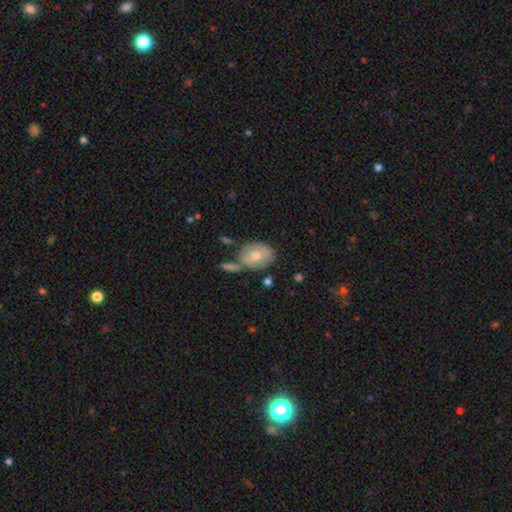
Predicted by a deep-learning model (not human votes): Smooth or featured? smooth (60%)
How rounded? in between (54%)
Merging? none (61%)